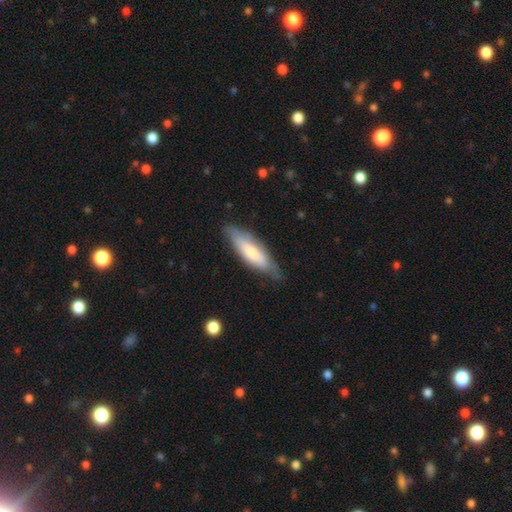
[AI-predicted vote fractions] Smooth or featured? Predicted: smooth (p=0.63). How rounded? Predicted: cigar-shaped (p=0.52). Merging? Predicted: none (p=0.72).